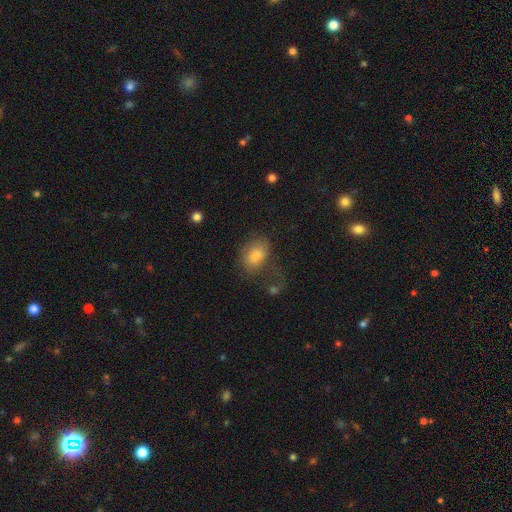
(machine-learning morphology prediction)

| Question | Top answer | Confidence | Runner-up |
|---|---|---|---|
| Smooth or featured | smooth | 76% | featured or disk (12%) |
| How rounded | in between | 79% | round (20%) |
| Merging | none | 53% | minor disturbance (21%) |